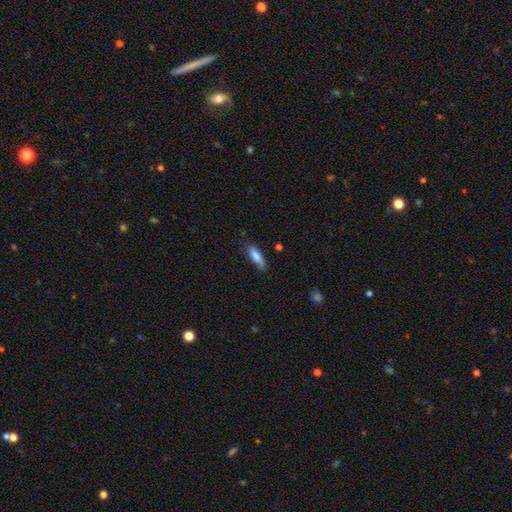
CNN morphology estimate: A smooth galaxy with no disk features (78%) that is in between round and cigar-shaped (54%). Merging: none (60%).